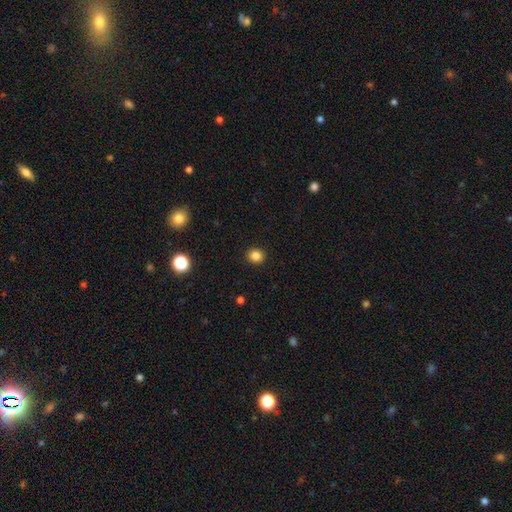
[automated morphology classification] This appears to be a smooth galaxy with no disk features (84%) that is round (86%). Merging: none (92%).